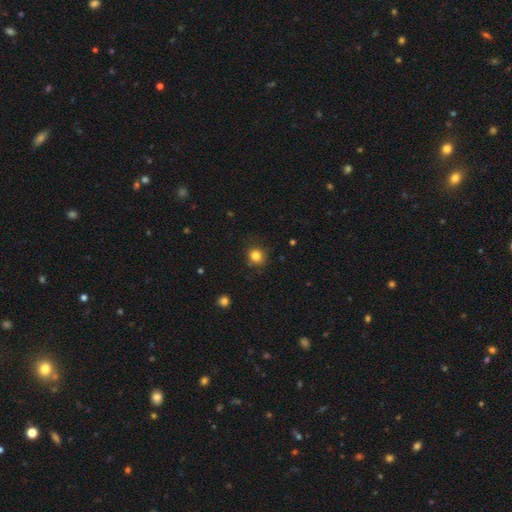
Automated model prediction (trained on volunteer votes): smooth_or_featured: smooth (p=0.83) [alt: star or artifact p=0.12]
how_rounded: round (p=0.88) [alt: in between p=0.11]
merging: none (p=0.84) [alt: minor disturbance p=0.11]